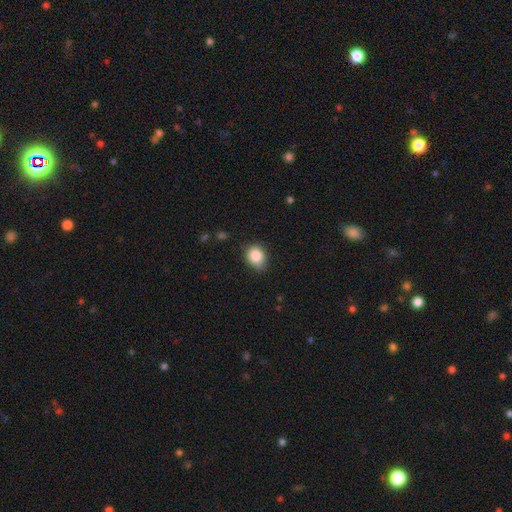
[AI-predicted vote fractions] A smooth galaxy with no disk features (87%) that is round (55%).

Vote fractions:
- Smooth or featured? smooth: 87% / star or artifact: 8% / featured or disk: 5%
- How rounded? round: 55% / in between: 44% / cigar-shaped: 1%
- Merging? none: 68% / minor disturbance: 26% / major disturbance: 4% / merger: 2%